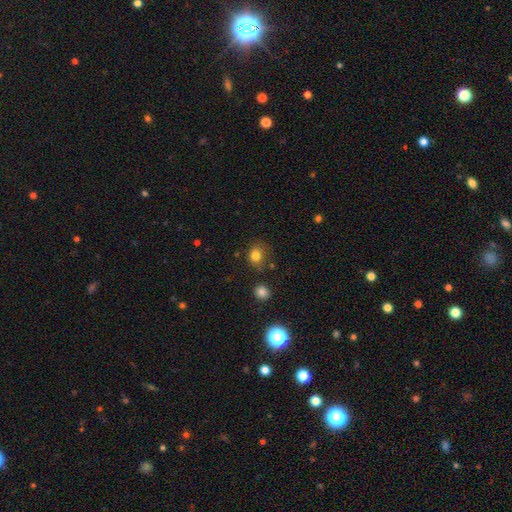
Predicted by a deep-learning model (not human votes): Smooth or featured? smooth (79%)
How rounded? round (68%)
Merging? none (71%)